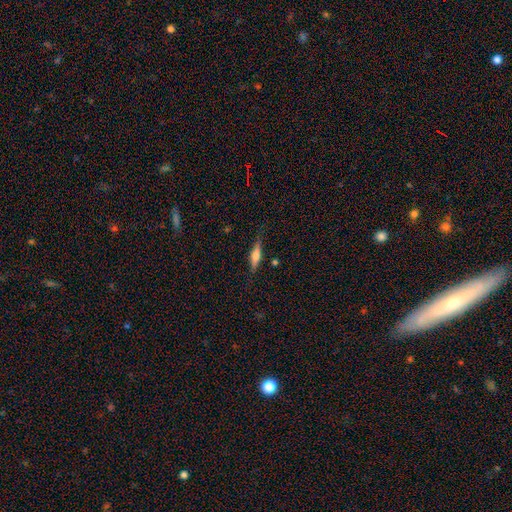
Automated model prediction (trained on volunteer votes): A smooth galaxy with no disk features (52%) that is cigar-shaped (71%). Merging: none (80%).